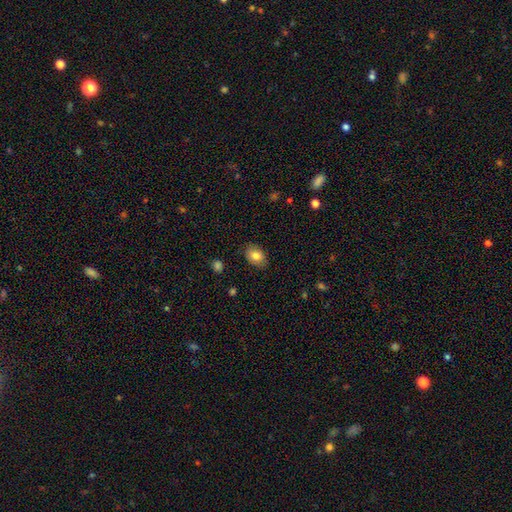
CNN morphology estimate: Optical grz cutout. It shows a smooth galaxy with no disk features (82%) that is in between round and cigar-shaped (78%). Merging: none (84%).